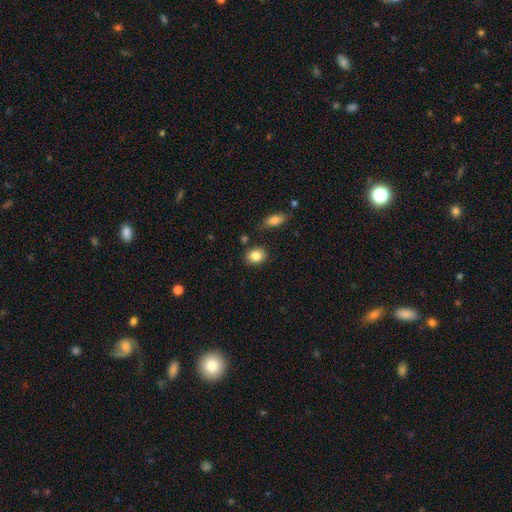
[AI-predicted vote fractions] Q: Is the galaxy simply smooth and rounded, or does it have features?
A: smooth — 85%.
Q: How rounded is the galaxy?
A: round — 50%.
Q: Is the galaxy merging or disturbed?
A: none — 82%.